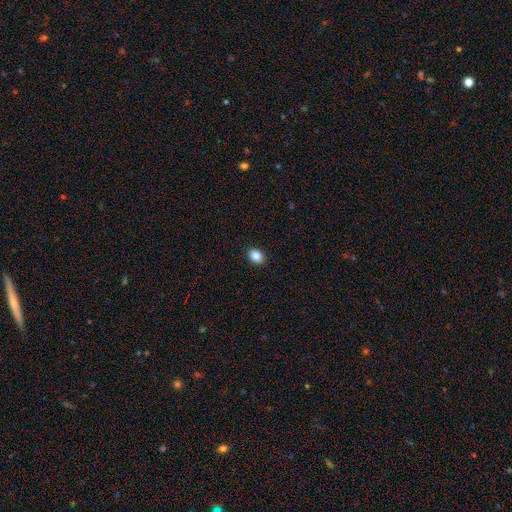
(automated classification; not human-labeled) Q: Smooth or featured?
A: smooth (87%); runner-up: star or artifact (9%)
Q: How rounded?
A: in between (74%); runner-up: round (25%)
Q: Merging?
A: none (90%); runner-up: minor disturbance (7%)